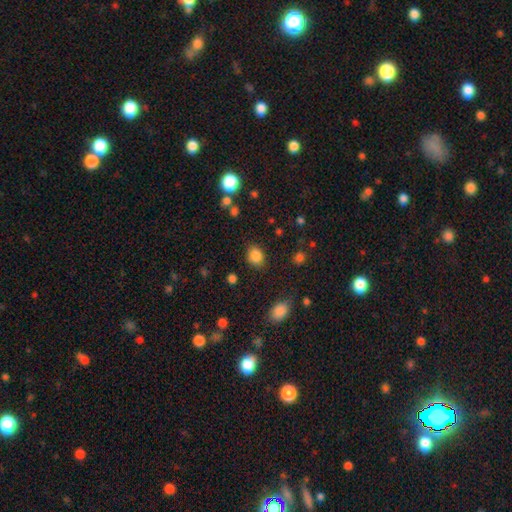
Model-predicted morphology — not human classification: smooth 84%, star or artifact 11%, featured or disk 5%. Down the decision tree: how rounded — in between (51%); merging — none (82%).